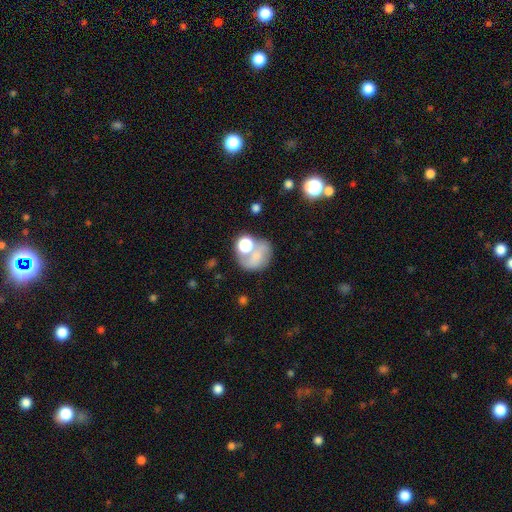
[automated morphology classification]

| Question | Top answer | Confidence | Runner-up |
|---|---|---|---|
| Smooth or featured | smooth | 61% | featured or disk (24%) |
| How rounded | round | 53% | in between (46%) |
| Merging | none | 39% | merger (30%) |